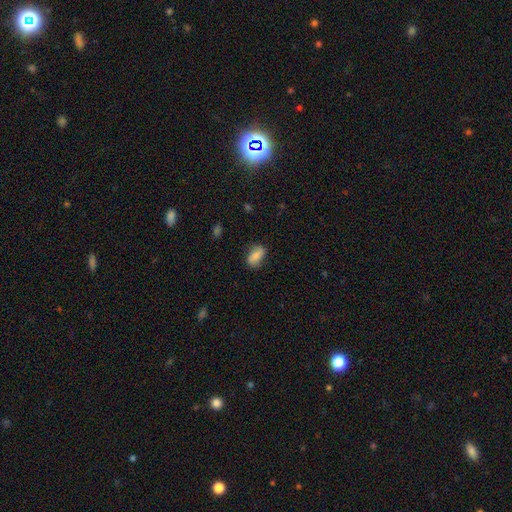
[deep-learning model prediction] Overall: smooth (74%). How rounded: in between (87%). Merging: none (74%).